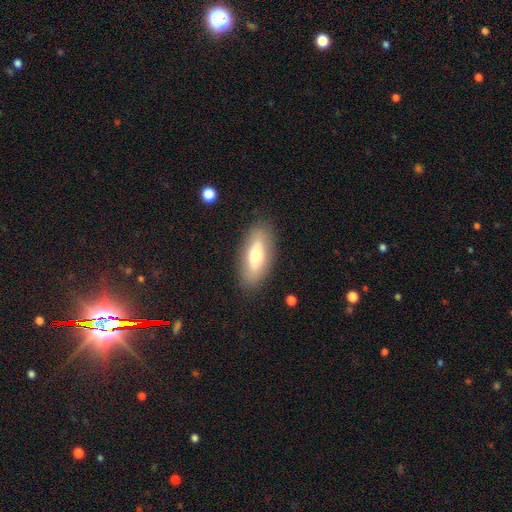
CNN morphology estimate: A smooth galaxy with no disk features (62%) that is in between round and cigar-shaped (77%). Merging: none (85%).